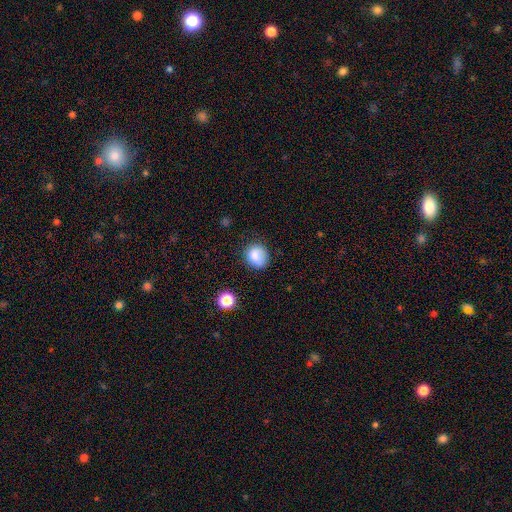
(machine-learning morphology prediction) smooth_or_featured: smooth (p=0.83) [alt: star or artifact p=0.10]
how_rounded: round (p=0.73) [alt: in between p=0.27]
merging: none (p=0.74) [alt: minor disturbance p=0.19]